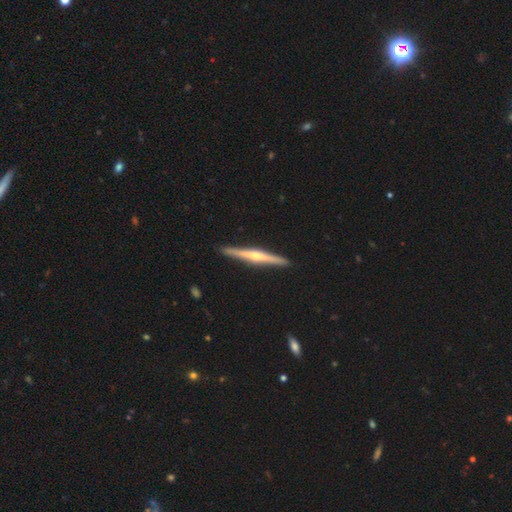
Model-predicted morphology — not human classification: A featured or disk galaxy (79%) viewed edge-on (98%) with a rounded central bulge (84%). Merging: none (91%).